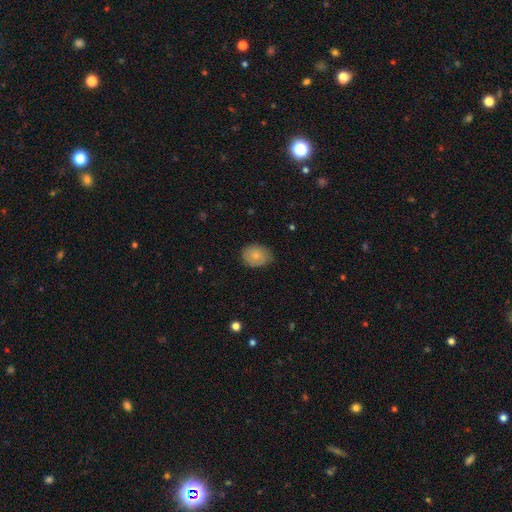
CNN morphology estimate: Smooth or featured?
  - smooth: 79% *
  - featured or disk: 14%
  - star or artifact: 7%
How rounded?
  - in between: 55% *
  - round: 44%
  - cigar-shaped: 1%
Merging?
  - none: 72% *
  - minor disturbance: 23%
  - major disturbance: 4%
  - merger: 1%